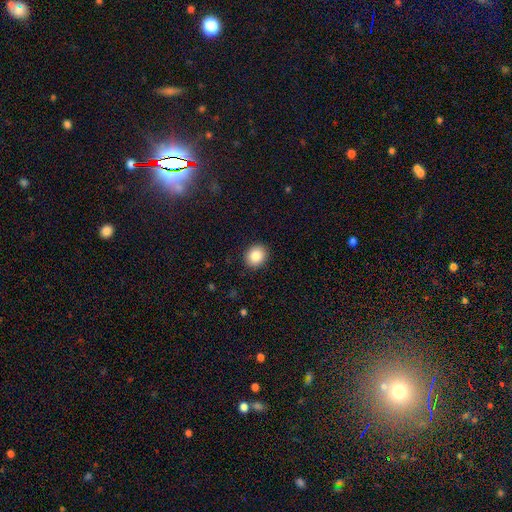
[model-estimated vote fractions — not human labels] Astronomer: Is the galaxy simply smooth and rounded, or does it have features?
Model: smooth — 87%.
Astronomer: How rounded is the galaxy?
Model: round — 68%.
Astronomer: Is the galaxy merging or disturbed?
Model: none — 91%.